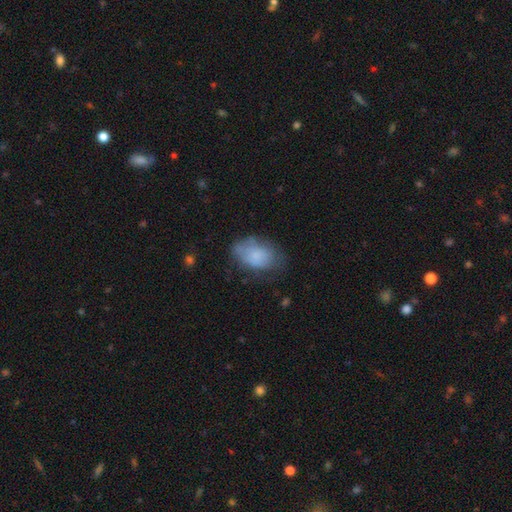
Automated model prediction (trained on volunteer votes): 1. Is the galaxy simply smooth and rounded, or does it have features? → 75% smooth, 17% featured or disk, 8% star or artifact.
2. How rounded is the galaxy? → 86% in between, 12% round, 1% cigar-shaped.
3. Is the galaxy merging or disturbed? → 55% none, 29% minor disturbance, 13% major disturbance, 2% merger.